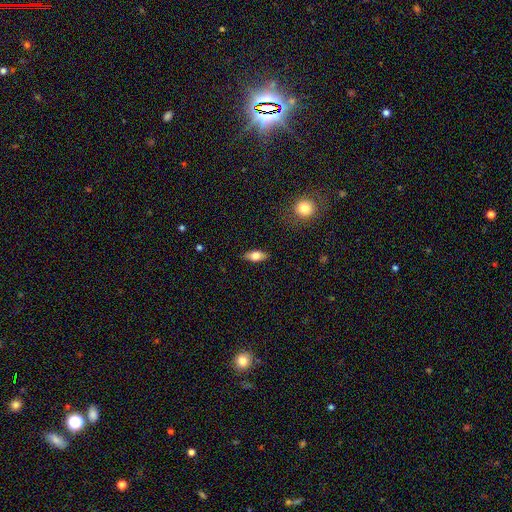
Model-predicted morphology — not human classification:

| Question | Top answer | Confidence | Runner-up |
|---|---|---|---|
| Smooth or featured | smooth | 71% | featured or disk (22%) |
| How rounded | in between | 82% | cigar-shaped (14%) |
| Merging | none | 87% | minor disturbance (10%) |